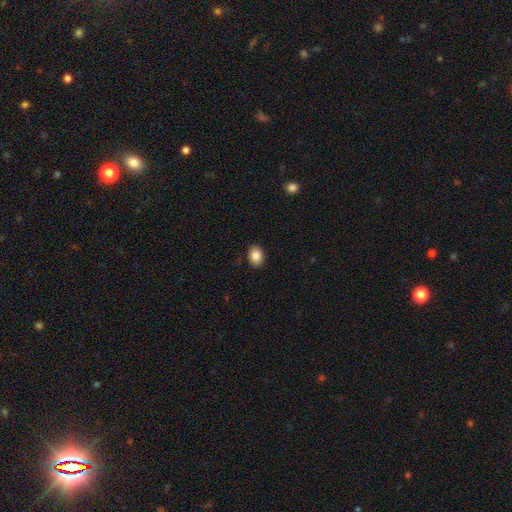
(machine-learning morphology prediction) A smooth galaxy with no disk features (87%) that is in between round and cigar-shaped (71%).

Vote fractions:
- Smooth or featured? smooth: 87% / star or artifact: 8% / featured or disk: 5%
- How rounded? in between: 71% / round: 28% / cigar-shaped: 1%
- Merging? none: 89% / minor disturbance: 8% / major disturbance: 2% / merger: 1%